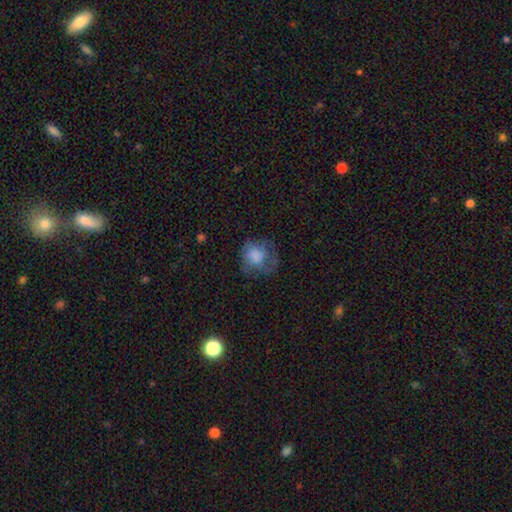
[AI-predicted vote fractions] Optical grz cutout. It shows a smooth galaxy with no disk features (67%) that is round (69%). Merging: none (45%).